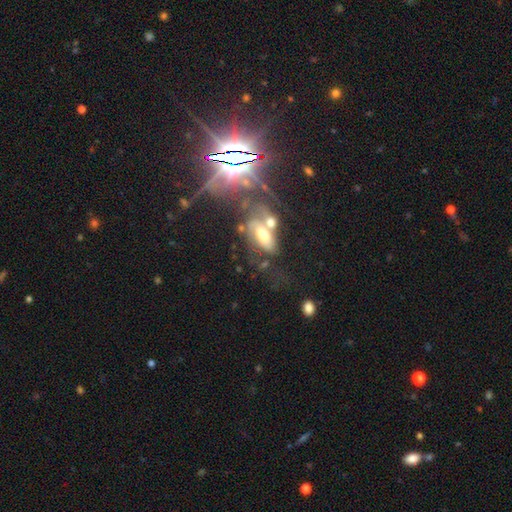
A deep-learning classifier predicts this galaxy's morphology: type=star or artifact (60%).